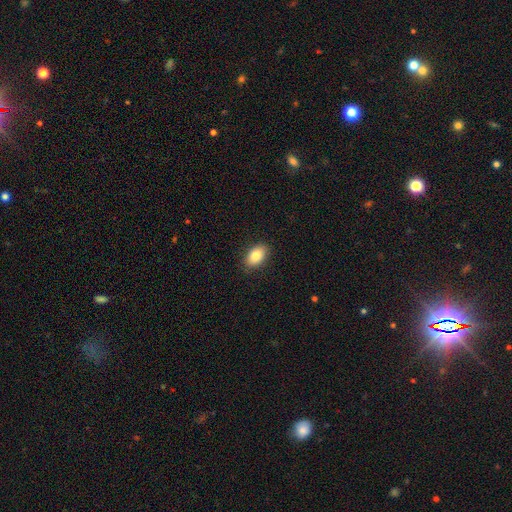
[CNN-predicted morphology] Smooth or featured?
  - smooth: 84% *
  - featured or disk: 9%
  - star or artifact: 8%
How rounded?
  - in between: 90% *
  - round: 8%
  - cigar-shaped: 2%
Merging?
  - none: 88% *
  - minor disturbance: 9%
  - major disturbance: 2%
  - merger: 1%